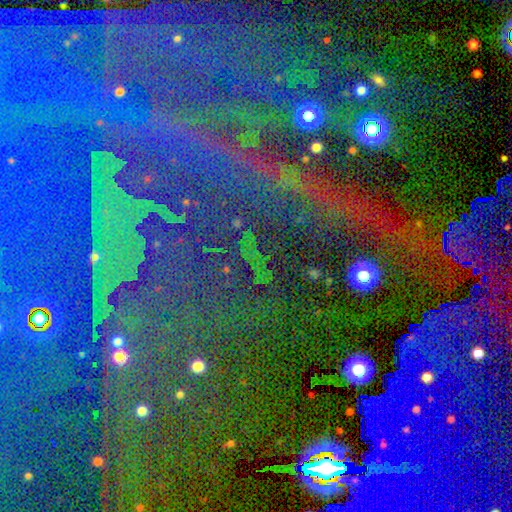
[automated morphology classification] Smooth or featured?
  - star or artifact: 84% *
  - featured or disk: 9%
  - smooth: 7%